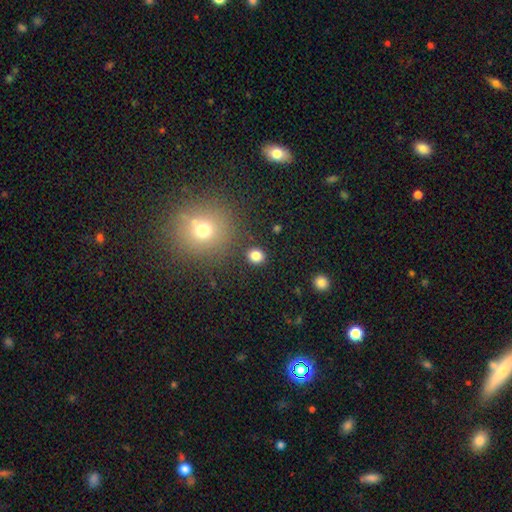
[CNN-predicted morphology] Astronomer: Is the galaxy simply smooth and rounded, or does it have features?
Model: smooth — 83%.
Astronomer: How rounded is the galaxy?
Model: round — 76%.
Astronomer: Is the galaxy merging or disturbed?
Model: none — 88%.